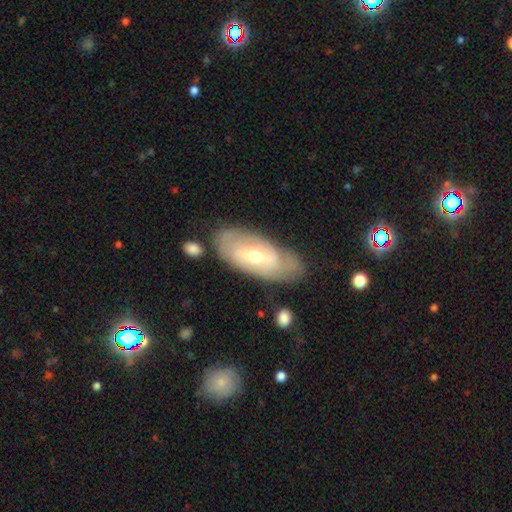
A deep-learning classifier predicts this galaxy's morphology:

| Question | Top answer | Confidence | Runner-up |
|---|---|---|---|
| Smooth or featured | featured or disk | 65% | smooth (28%) |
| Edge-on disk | no | 88% | yes (12%) |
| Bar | weak | 41% | no (40%) |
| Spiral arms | yes | 67% | no (33%) |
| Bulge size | moderate | 57% | small (38%) |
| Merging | none | 69% | minor disturbance (21%) |